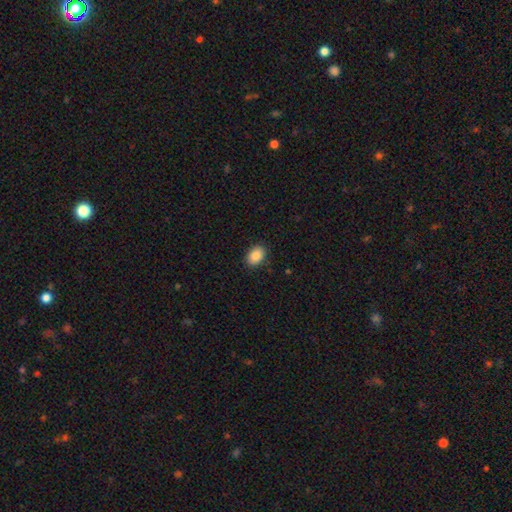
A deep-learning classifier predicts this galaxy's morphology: Smooth or featured? smooth (88%)
How rounded? in between (79%)
Merging? none (89%)